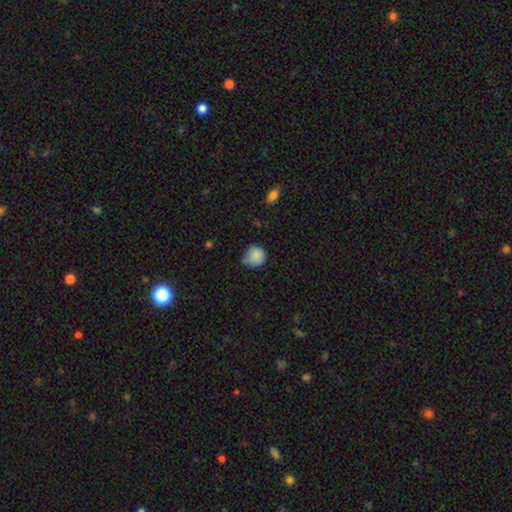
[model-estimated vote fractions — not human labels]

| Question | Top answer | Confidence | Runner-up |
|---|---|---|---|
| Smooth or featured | smooth | 85% | star or artifact (9%) |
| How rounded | round | 84% | in between (15%) |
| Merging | none | 50% | minor disturbance (38%) |